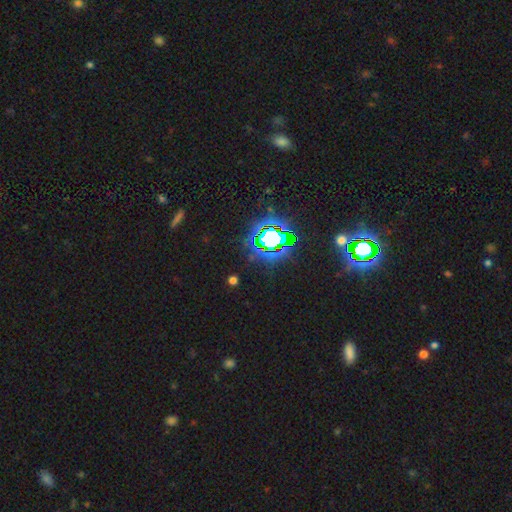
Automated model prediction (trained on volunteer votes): Overall: star or artifact (83%).